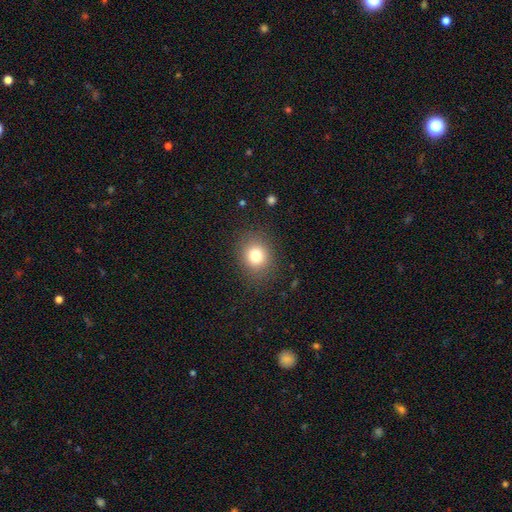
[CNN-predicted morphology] Smooth or featured? smooth (79%)
How rounded? round (70%)
Merging? none (86%)